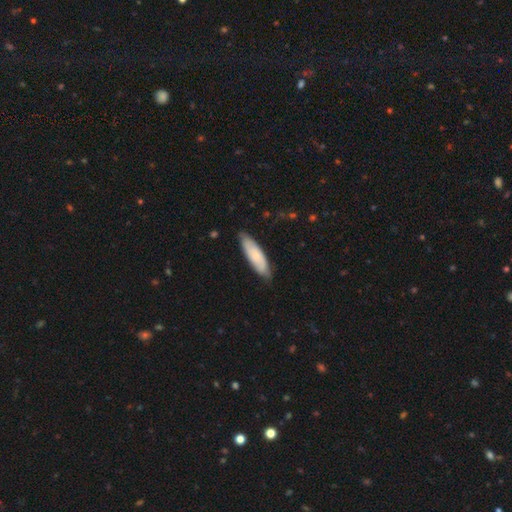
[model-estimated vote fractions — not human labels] A smooth galaxy with no disk features (66%) that is cigar-shaped (51%).

Vote fractions:
- Smooth or featured? smooth: 66% / featured or disk: 28% / star or artifact: 6%
- How rounded? cigar-shaped: 51% / in between: 47% / round: 1%
- Merging? none: 77% / minor disturbance: 19% / major disturbance: 3% / merger: 1%